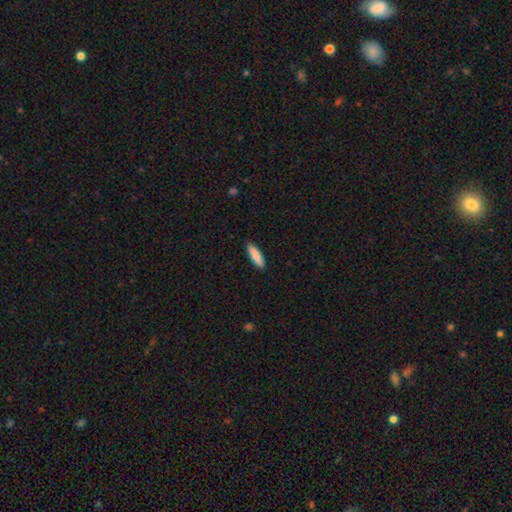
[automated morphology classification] smooth 87%, featured or disk 7%, star or artifact 5%. Down the decision tree: how rounded — cigar-shaped (68%); merging — none (91%).